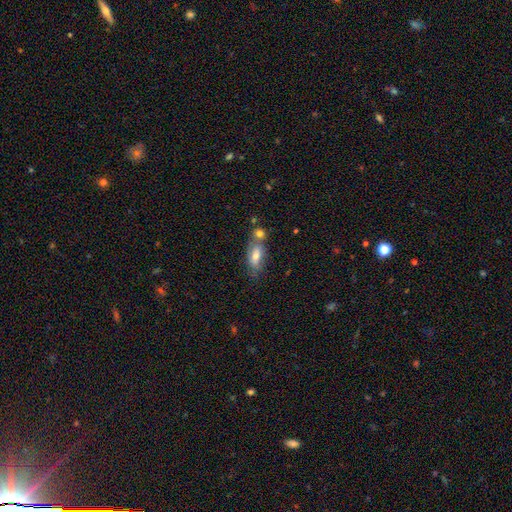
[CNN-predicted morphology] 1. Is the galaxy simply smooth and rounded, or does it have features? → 66% smooth, 25% featured or disk, 9% star or artifact.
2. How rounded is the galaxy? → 76% in between, 20% cigar-shaped, 5% round.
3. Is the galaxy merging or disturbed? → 47% none, 32% merger, 16% minor disturbance, 6% major disturbance.